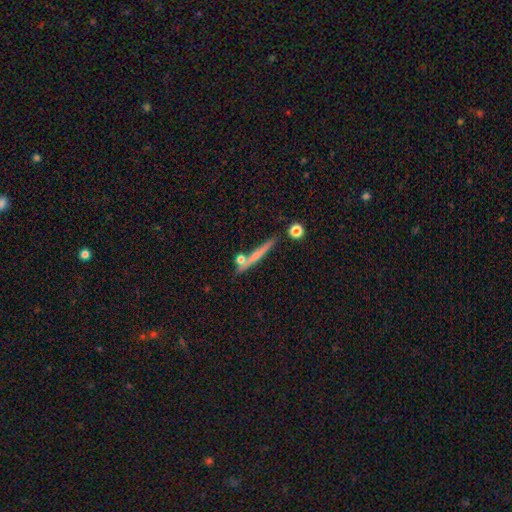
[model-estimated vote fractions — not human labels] A smooth galaxy with no disk features (50%).

Vote fractions:
- Smooth or featured? smooth: 50% / featured or disk: 42% / star or artifact: 8%
- Merging? none: 75% / minor disturbance: 12% / merger: 10% / major disturbance: 3%